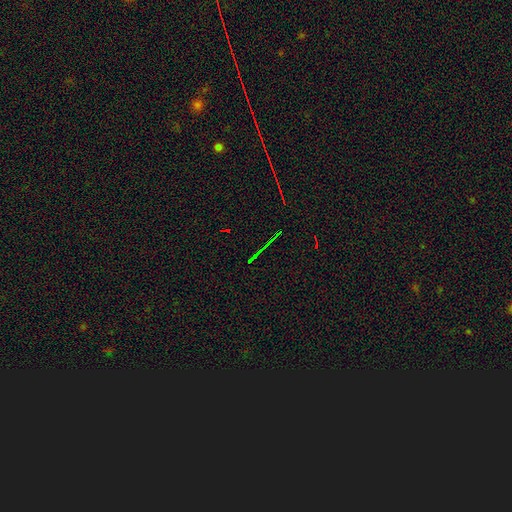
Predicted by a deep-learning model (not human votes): A star or artifact, not a galaxy (78%).